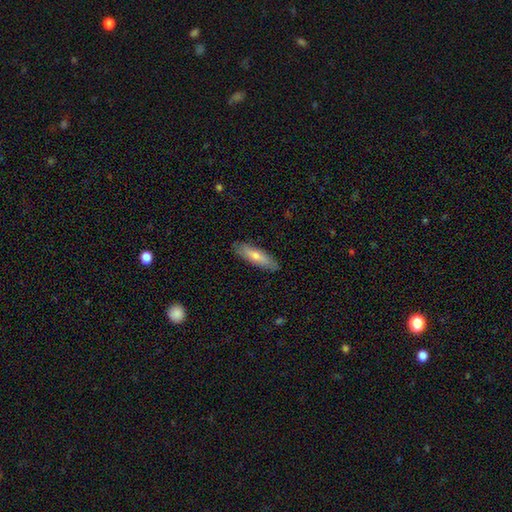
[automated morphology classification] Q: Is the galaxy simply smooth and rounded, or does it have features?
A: smooth — 63%.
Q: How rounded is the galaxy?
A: cigar-shaped — 67%.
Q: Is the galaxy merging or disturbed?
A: none — 87%.